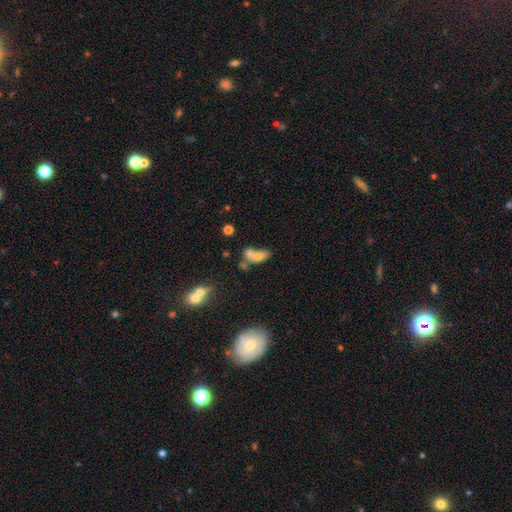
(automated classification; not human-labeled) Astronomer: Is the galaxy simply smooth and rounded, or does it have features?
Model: smooth — 65%.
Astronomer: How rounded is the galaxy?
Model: in between — 78%.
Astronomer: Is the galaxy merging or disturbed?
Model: merger — 61%.